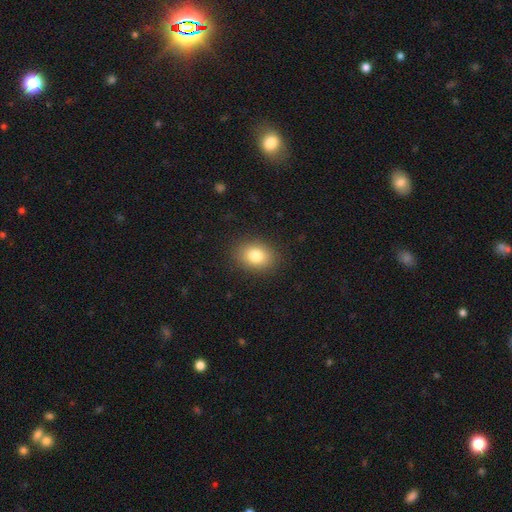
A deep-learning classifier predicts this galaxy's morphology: smooth-or-featured: smooth: 82% | star or artifact: 10% | featured or disk: 9%
  how-rounded: in between: 63% | round: 36% | cigar-shaped: 1%
  merging: none: 88% | minor disturbance: 9% | major disturbance: 3% | merger: 1%